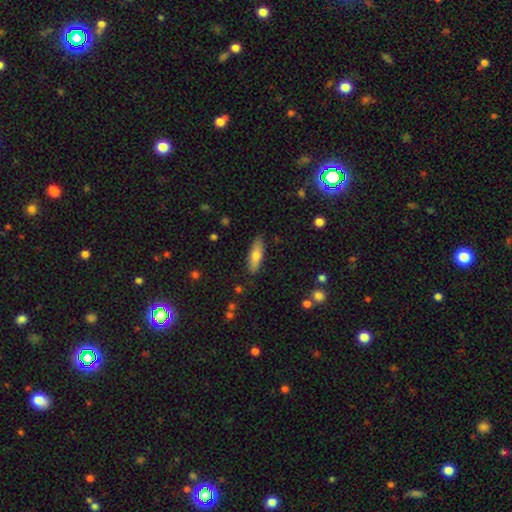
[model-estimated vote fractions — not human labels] A smooth galaxy with no disk features (71%) that is cigar-shaped (50%).

Vote fractions:
- Smooth or featured? smooth: 71% / featured or disk: 23% / star or artifact: 7%
- How rounded? cigar-shaped: 50% / in between: 48% / round: 2%
- Merging? none: 87% / minor disturbance: 10% / major disturbance: 2% / merger: 1%